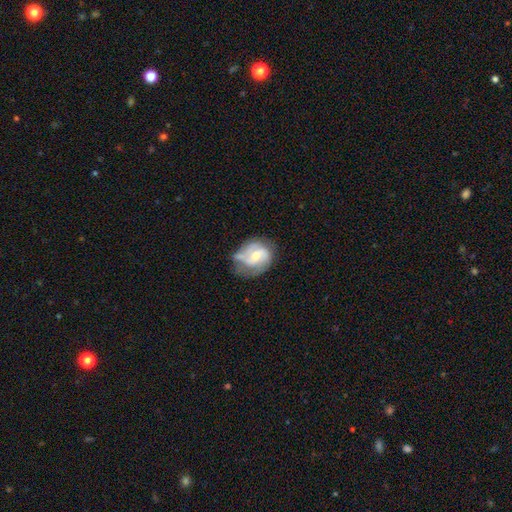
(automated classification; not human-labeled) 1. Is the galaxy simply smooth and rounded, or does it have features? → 71% featured or disk, 23% smooth, 6% star or artifact.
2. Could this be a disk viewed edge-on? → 98% no, 2% yes.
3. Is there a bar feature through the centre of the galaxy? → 45% weak, 44% no, 12% strong.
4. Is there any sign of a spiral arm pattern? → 87% yes, 13% no.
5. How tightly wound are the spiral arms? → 46% medium, 30% tight, 24% loose.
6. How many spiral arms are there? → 57% 2, 18% can't tell, 15% 3, 6% 1, 2% 4, 2% more than 4.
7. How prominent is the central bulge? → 51% moderate, 42% small, 3% large, 3% none, 1% dominant.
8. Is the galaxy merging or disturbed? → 49% none, 30% minor disturbance, 17% major disturbance, 4% merger.